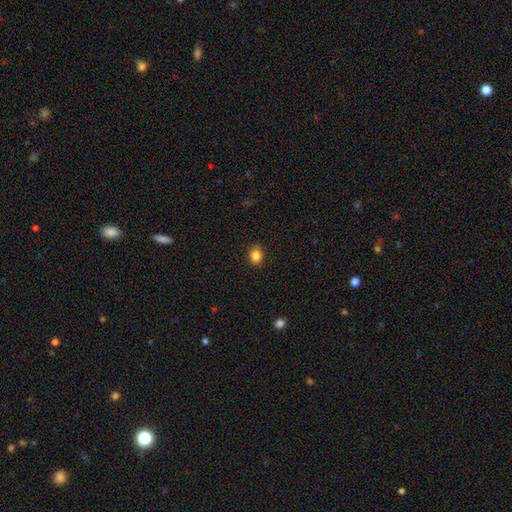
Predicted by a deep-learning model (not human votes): The model was most divided on "how rounded": round: 69%, in between: 30%, cigar-shaped: 1%. More confident: merging — none (88%); smooth or featured — smooth (84%).